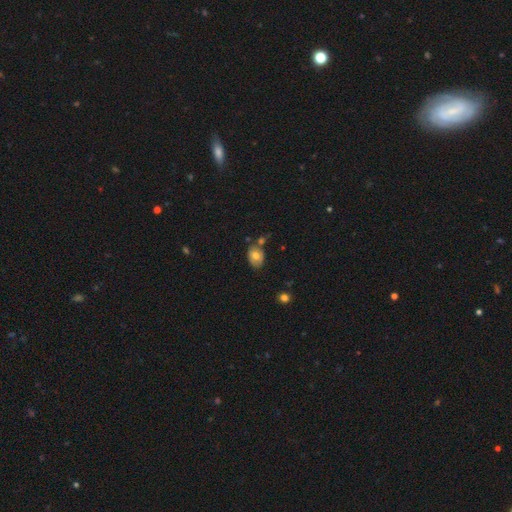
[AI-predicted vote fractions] Overall: smooth (66%). How rounded: in between (75%). Merging: none (60%).